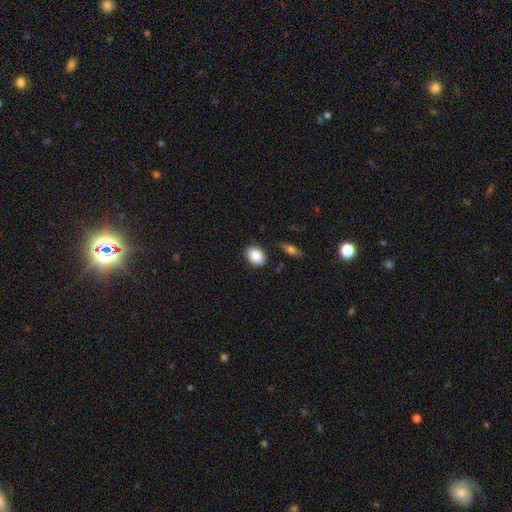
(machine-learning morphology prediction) Overall: smooth (88%). How rounded: in between (67%; round 31%). Merging: none (86%).